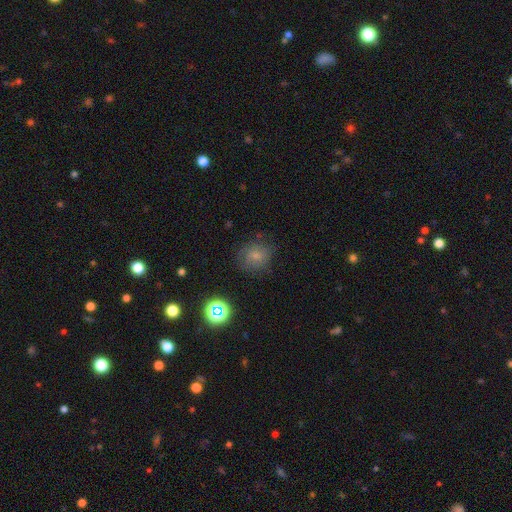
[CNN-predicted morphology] Q: Smooth or featured?
A: smooth (73%); runner-up: featured or disk (14%)
Q: How rounded?
A: round (74%); runner-up: in between (25%)
Q: Merging?
A: none (72%); runner-up: minor disturbance (19%)